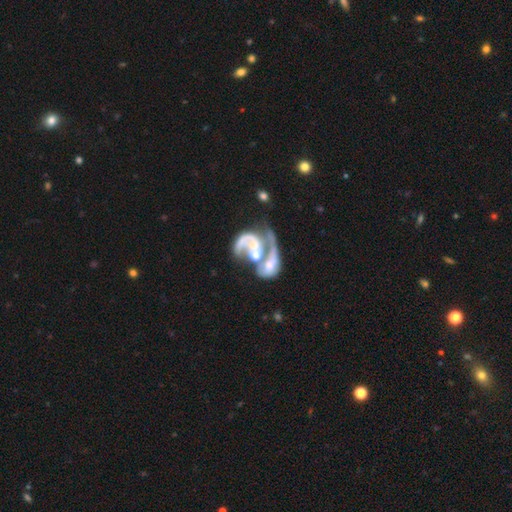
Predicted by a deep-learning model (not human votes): smooth_or_featured: featured or disk (p=0.84) [alt: smooth p=0.10]
disk_edge_on: no (p=0.97) [alt: yes p=0.03]
bar: no (p=0.55) [alt: weak p=0.31]
has_spiral_arms: yes (p=0.86) [alt: no p=0.14]
spiral_winding: medium (p=0.42) [alt: loose p=0.38]
spiral_arm_count: 2 (p=0.63) [alt: 1 p=0.25]
bulge_size: moderate (p=0.46) [alt: small p=0.36]
merging: merger (p=0.74) [alt: major disturbance p=0.11]